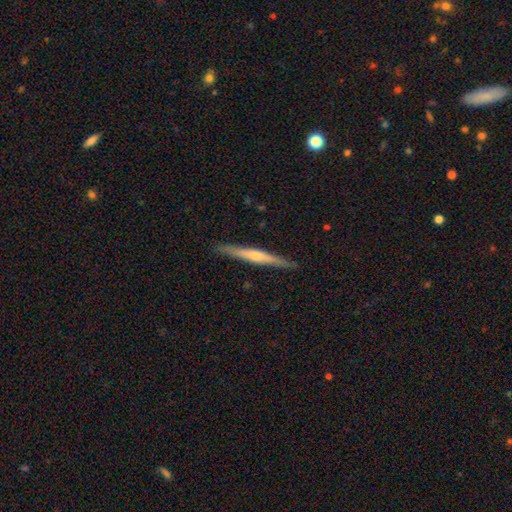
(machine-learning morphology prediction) featured or disk 67%, smooth 27%, star or artifact 5%. Down the decision tree: edge-on disk — yes (97%); edge-on bulge — rounded (77%); merging — none (90%).